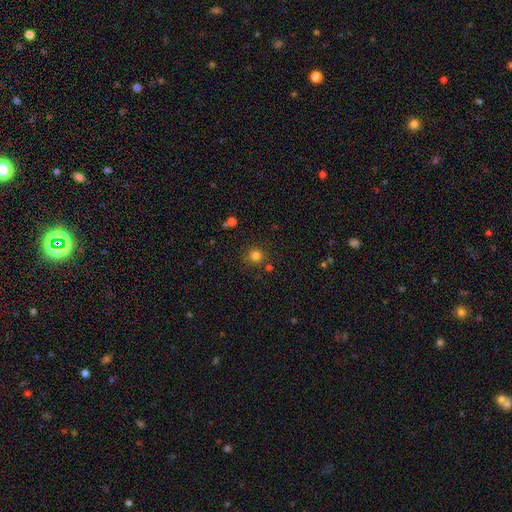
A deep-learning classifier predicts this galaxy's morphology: Smooth or featured: smooth — 79% (star or artifact — 16%)
How rounded: round — 93% (in between — 7%)
Merging: none — 82% (minor disturbance — 9%)